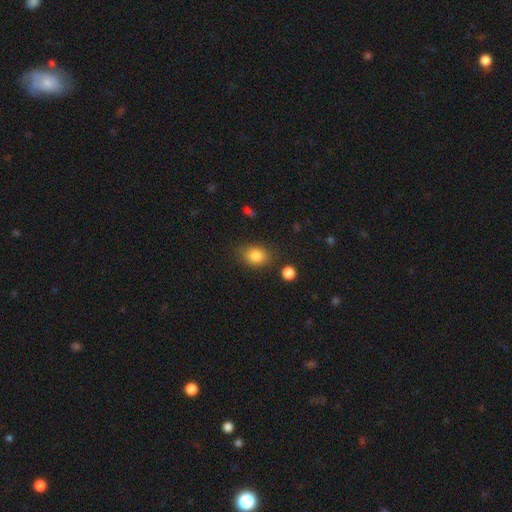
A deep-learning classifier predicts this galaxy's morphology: Smooth or featured: smooth — 85% (star or artifact — 9%)
How rounded: in between — 58% (round — 40%)
Merging: none — 76% (minor disturbance — 15%)